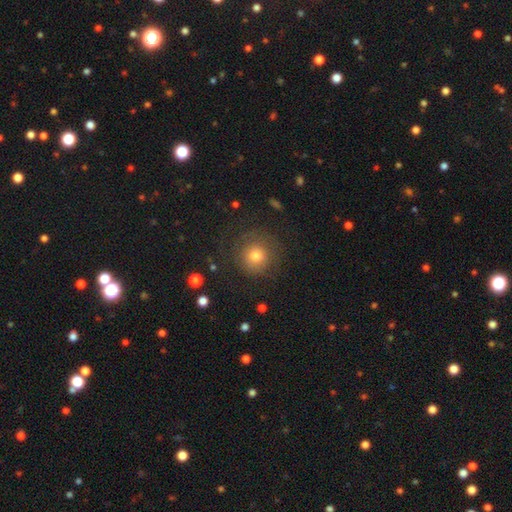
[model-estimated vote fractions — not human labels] Smooth or featured: smooth — 70% (featured or disk — 17%)
How rounded: round — 93% (in between — 6%)
Merging: none — 77% (minor disturbance — 13%)